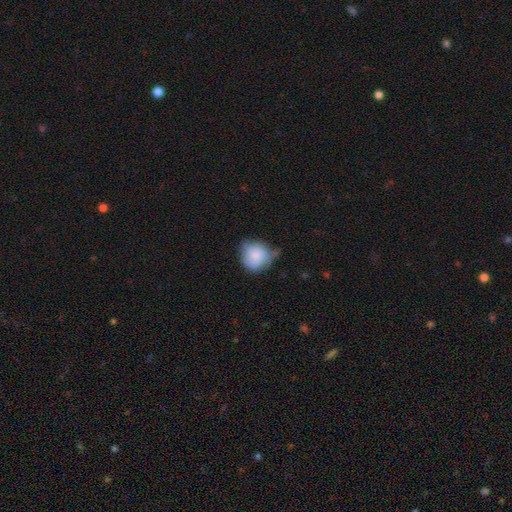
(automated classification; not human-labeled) Smooth or featured?
  - smooth: 78% *
  - featured or disk: 15%
  - star or artifact: 7%
How rounded?
  - round: 82% *
  - in between: 16%
  - cigar-shaped: 1%
Merging?
  - none: 46% *
  - minor disturbance: 41%
  - major disturbance: 9%
  - merger: 3%